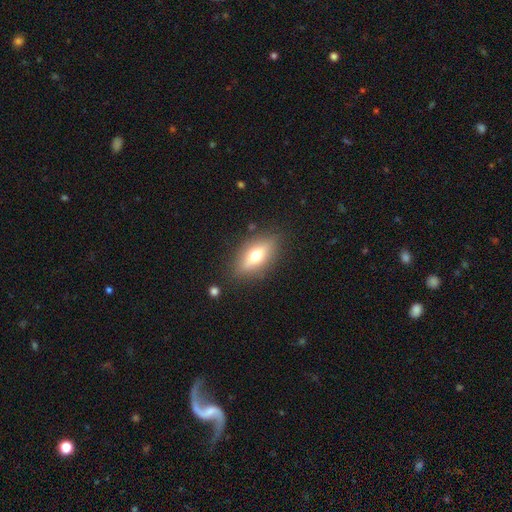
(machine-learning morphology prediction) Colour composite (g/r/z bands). It shows a smooth galaxy with no disk features (51%) that is in between round and cigar-shaped (73%). Merging: none (84%).